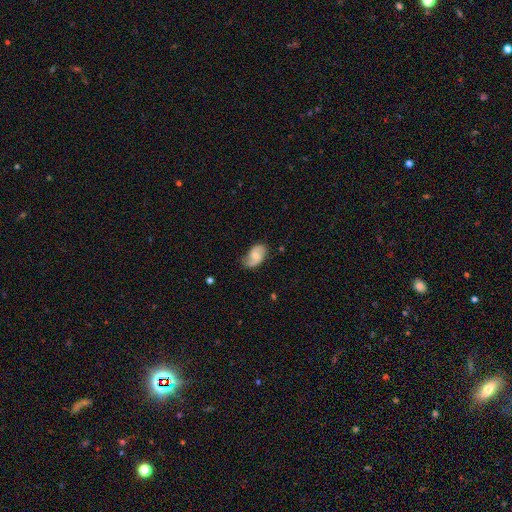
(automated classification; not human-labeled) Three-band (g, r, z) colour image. It shows a featured or disk galaxy (59%) with no bar (56%), 2 (77%) loose (44%) spiral arms (91%) and a small central bulge (46%). Merging: none (62%).